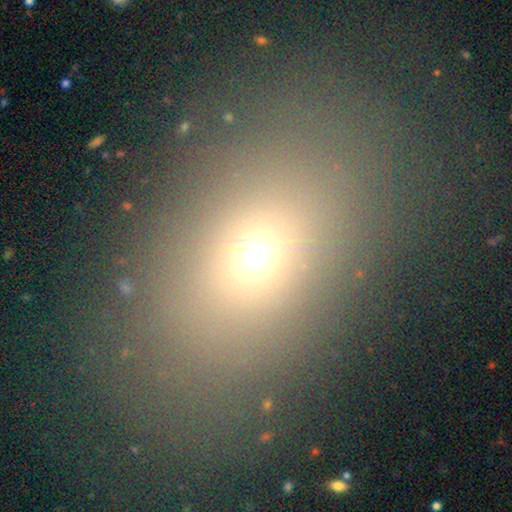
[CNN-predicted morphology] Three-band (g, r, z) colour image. It shows a smooth galaxy with no disk features (65%) that is in between round and cigar-shaped (72%). Merging: none (75%).